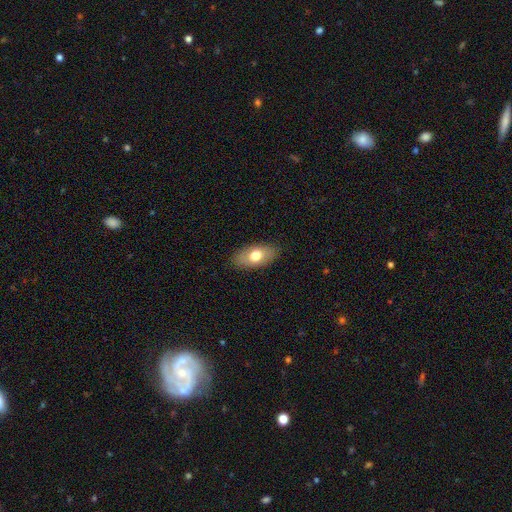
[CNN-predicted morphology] Overall: smooth (72%). How rounded: in between (90%). Merging: none (86%).